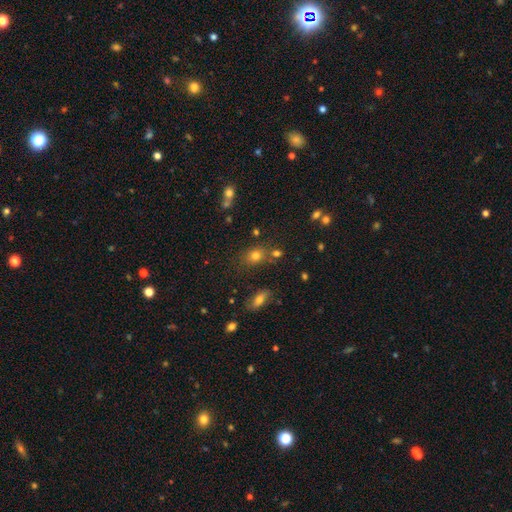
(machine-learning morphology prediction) Q: Smooth or featured?
A: smooth (71%); runner-up: star or artifact (20%)
Q: How rounded?
A: round (52%); runner-up: in between (46%)
Q: Merging?
A: none (70%); runner-up: minor disturbance (13%)